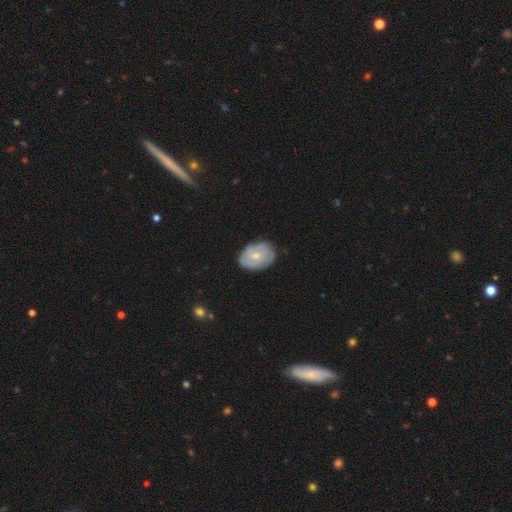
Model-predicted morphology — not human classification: A smooth galaxy with no disk features (56%) that is in between round and cigar-shaped (77%).

Vote fractions:
- Smooth or featured? smooth: 56% / featured or disk: 38% / star or artifact: 6%
- How rounded? in between: 77% / round: 22% / cigar-shaped: 1%
- Merging? none: 77% / minor disturbance: 19% / major disturbance: 4% / merger: 1%